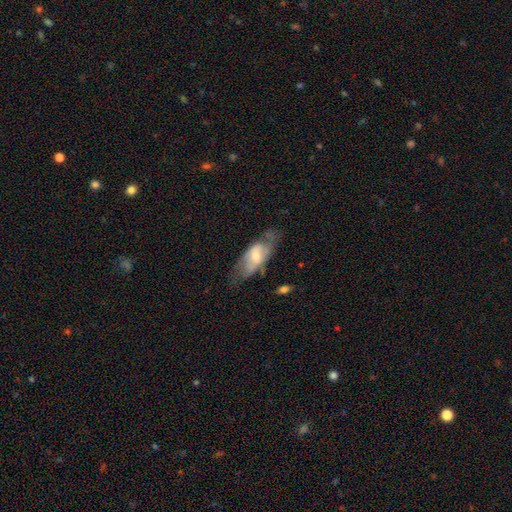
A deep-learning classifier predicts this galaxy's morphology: Smooth or featured?
  - featured or disk: 56% *
  - smooth: 38%
  - star or artifact: 6%
Edge-on disk?
  - no: 84% *
  - yes: 16%
Merging?
  - none: 55% *
  - minor disturbance: 26%
  - major disturbance: 15%
  - merger: 3%